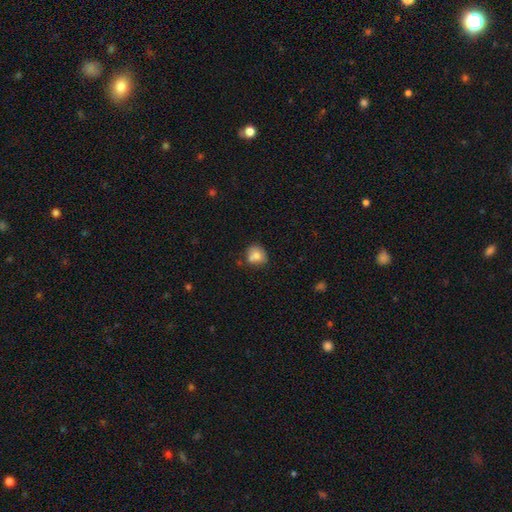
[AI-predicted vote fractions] Smooth or featured? smooth (77%)
How rounded? round (67%)
Merging? none (55%)